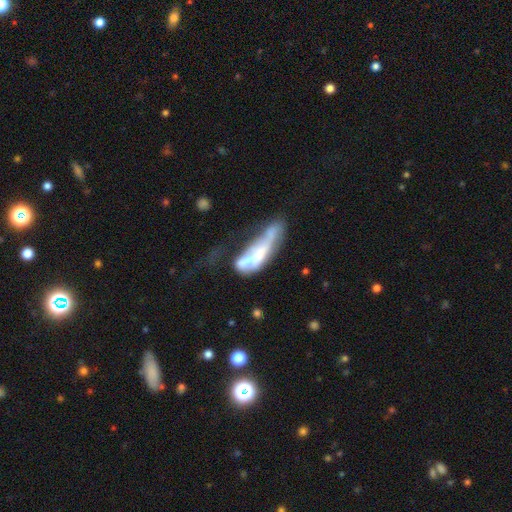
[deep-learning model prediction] Smooth or featured? featured or disk (47%)
Merging? major disturbance (39%)